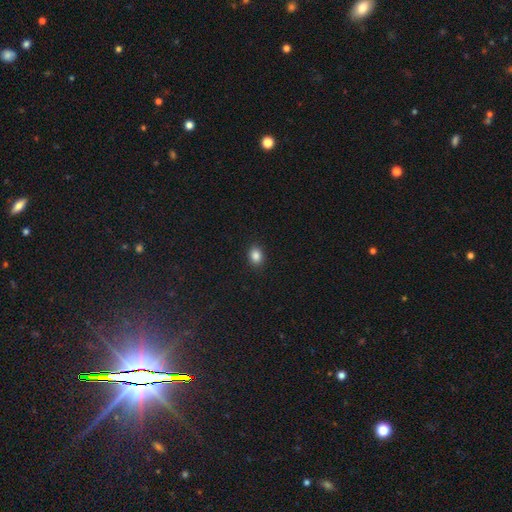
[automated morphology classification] smooth 86%, star or artifact 10%, featured or disk 4%. Down the decision tree: how rounded — in between (60%); merging — none (90%).